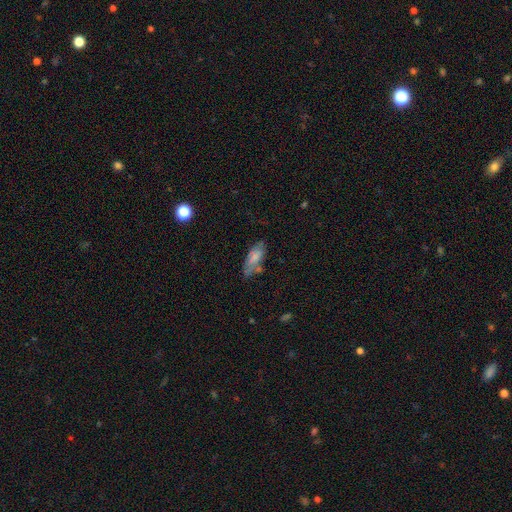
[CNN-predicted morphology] smooth-or-featured: smooth: 63% | featured or disk: 26% | star or artifact: 10%
  how-rounded: in between: 71% | cigar-shaped: 26% | round: 3%
  merging: none: 59% | minor disturbance: 25% | major disturbance: 9% | merger: 7%